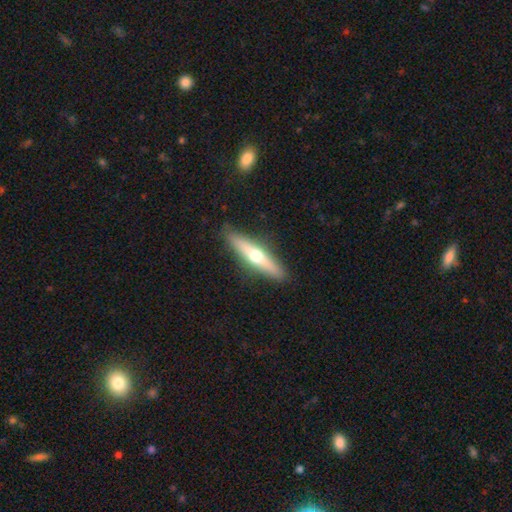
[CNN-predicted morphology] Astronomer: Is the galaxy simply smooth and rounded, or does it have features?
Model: featured or disk — 57% (runner-up: smooth, 38%).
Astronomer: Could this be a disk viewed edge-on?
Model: yes — 93%.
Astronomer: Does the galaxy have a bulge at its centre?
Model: rounded — 93%.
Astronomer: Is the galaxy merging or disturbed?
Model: none — 90%.